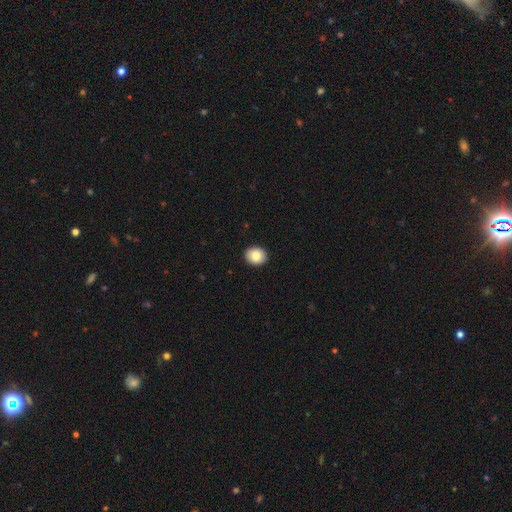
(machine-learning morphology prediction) A smooth galaxy with no disk features (84%) that is round (69%). Merging: none (92%).